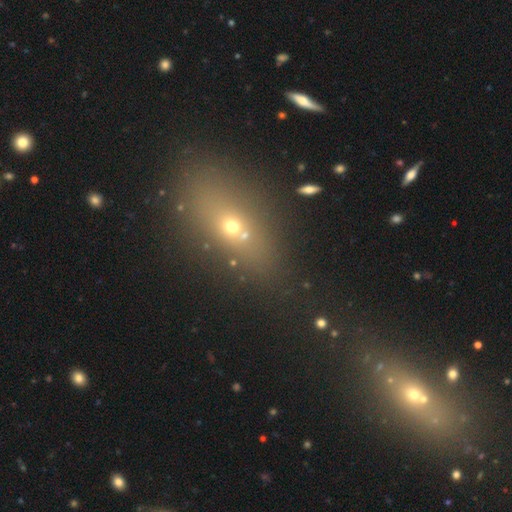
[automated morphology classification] Smooth or featured: smooth — 50% (star or artifact — 29%)
How rounded: in between — 66% (round — 24%)
Merging: none — 59% (merger — 22%)